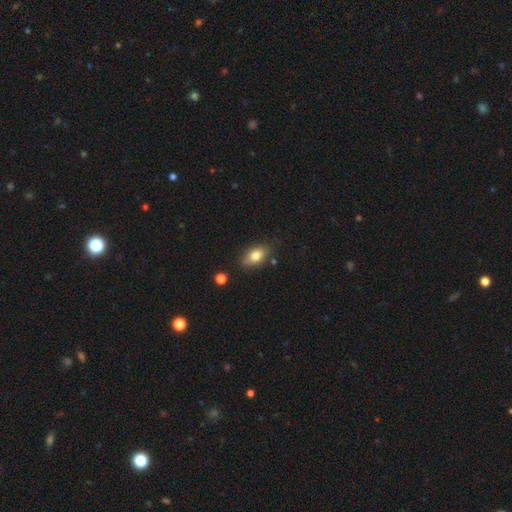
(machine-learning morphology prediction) The model was most divided on "merging": none: 76%, minor disturbance: 17%, merger: 4%, major disturbance: 3%. More confident: how rounded — in between (86%); smooth or featured — smooth (79%).